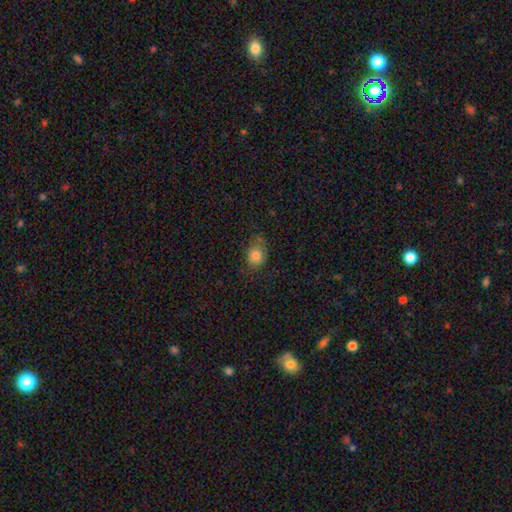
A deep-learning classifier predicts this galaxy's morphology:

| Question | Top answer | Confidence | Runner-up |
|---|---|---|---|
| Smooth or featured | smooth | 81% | star or artifact (11%) |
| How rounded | round | 63% | in between (36%) |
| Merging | none | 67% | minor disturbance (22%) |